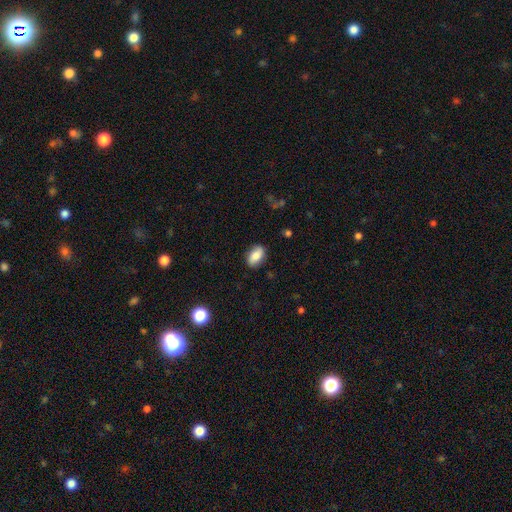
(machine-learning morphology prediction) Smooth or featured? Predicted: smooth (p=0.74). How rounded? Predicted: in between (p=0.89). Merging? Predicted: none (p=0.83).